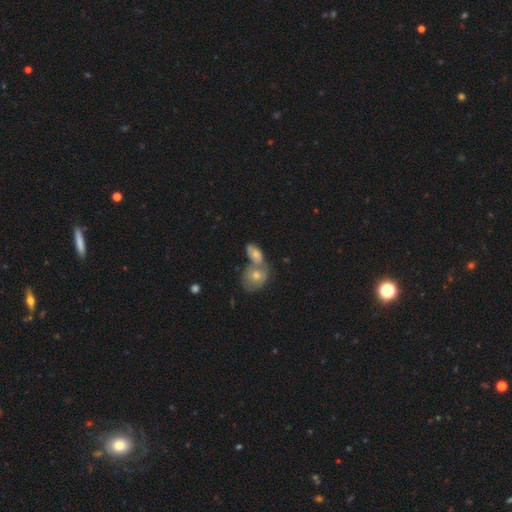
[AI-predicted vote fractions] This appears to be a smooth galaxy with no disk features (68%) that is in between round and cigar-shaped (81%). Merging: merger (59%).